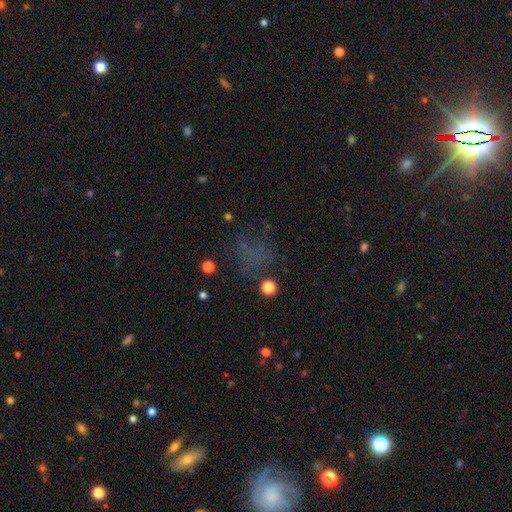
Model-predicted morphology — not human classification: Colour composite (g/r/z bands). It shows a star or artifact, not a galaxy (43%).